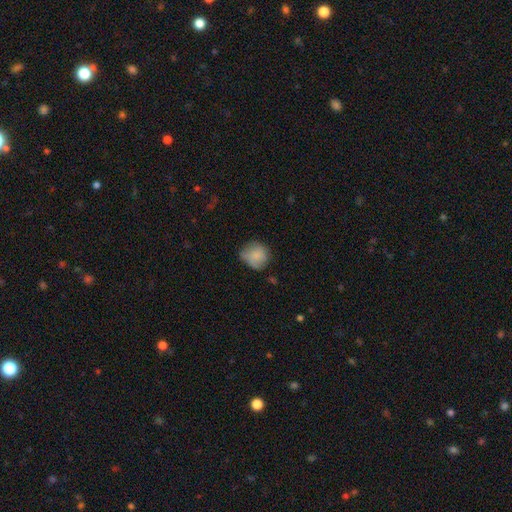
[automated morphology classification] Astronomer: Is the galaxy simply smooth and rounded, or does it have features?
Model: smooth — 77%.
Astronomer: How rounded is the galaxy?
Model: round — 81%.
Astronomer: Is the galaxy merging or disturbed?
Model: none — 54% (runner-up: minor disturbance, 34%).